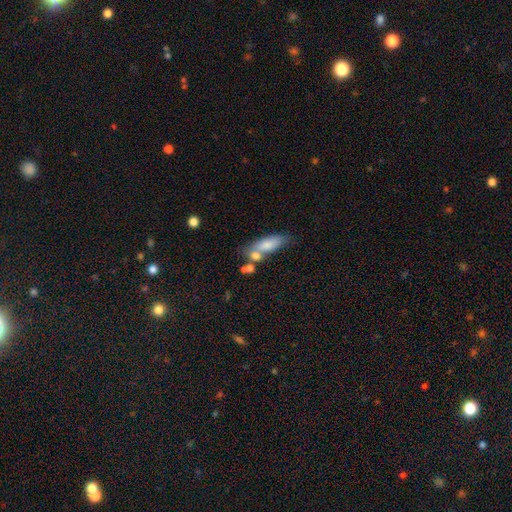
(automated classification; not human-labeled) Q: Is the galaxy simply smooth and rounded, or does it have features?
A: smooth — 71%.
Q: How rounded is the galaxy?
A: in between — 57%.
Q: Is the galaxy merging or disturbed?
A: none — 50%.